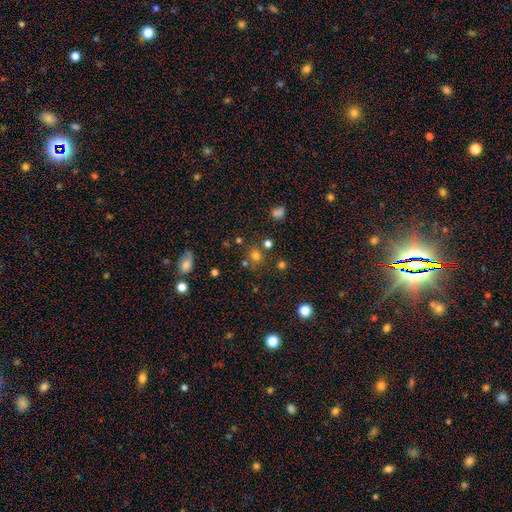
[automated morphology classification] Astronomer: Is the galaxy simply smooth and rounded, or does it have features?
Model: smooth — 70%.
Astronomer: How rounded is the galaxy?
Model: round — 86%.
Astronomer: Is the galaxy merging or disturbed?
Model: none — 73%.